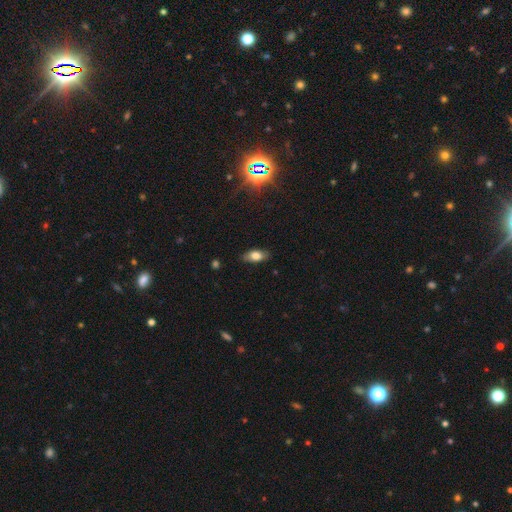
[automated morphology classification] smooth_or_featured: smooth (p=0.77) [alt: featured or disk p=0.15]
how_rounded: in between (p=0.88) [alt: cigar-shaped p=0.08]
merging: none (p=0.83) [alt: minor disturbance p=0.13]